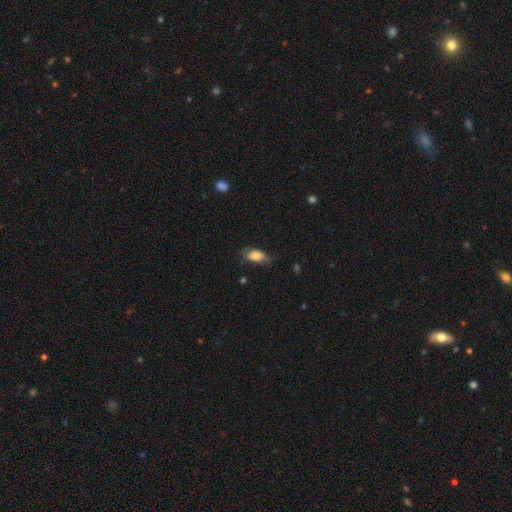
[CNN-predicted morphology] Smooth or featured? Predicted: smooth (p=0.76). How rounded? Predicted: in between (p=0.87). Merging? Predicted: none (p=0.65).